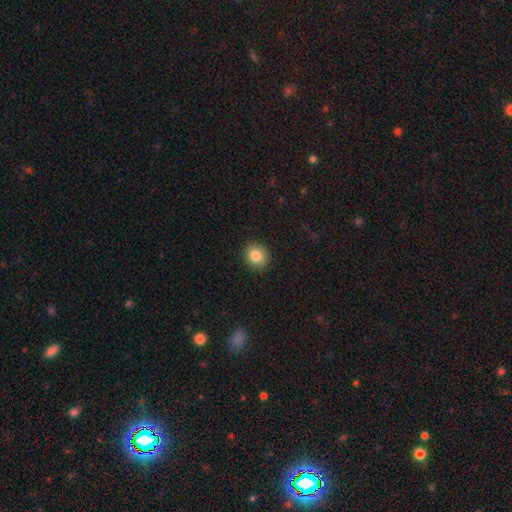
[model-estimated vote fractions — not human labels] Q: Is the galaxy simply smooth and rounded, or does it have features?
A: smooth — 84%.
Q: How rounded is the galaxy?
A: round — 75%.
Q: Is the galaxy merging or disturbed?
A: none — 90%.